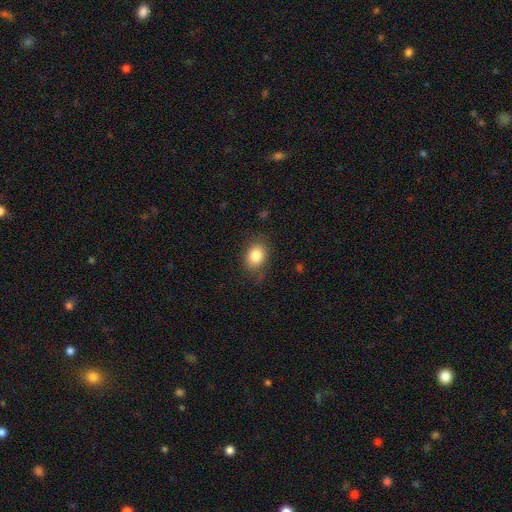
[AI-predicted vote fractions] smooth 84%, star or artifact 9%, featured or disk 7%. Down the decision tree: how rounded — in between (62%); merging — none (77%).